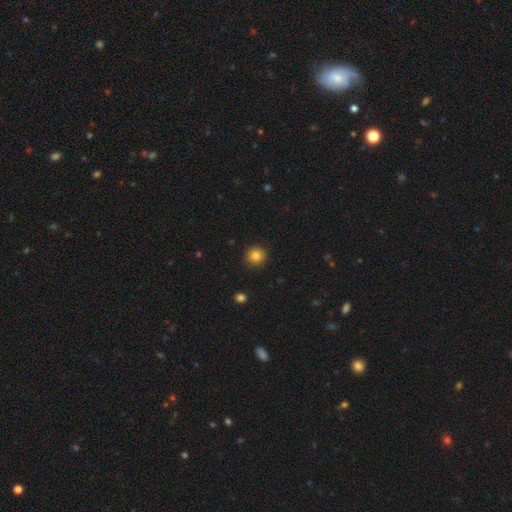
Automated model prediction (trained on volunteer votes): A smooth galaxy with no disk features (84%) that is round (94%). Merging: none (92%).